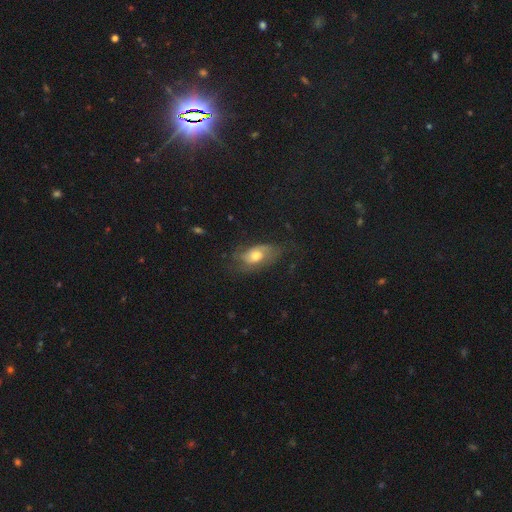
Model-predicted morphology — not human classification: Smooth or featured?
  - featured or disk: 47% *
  - smooth: 44%
  - star or artifact: 9%
Merging?
  - none: 55% *
  - minor disturbance: 27%
  - major disturbance: 17%
  - merger: 2%